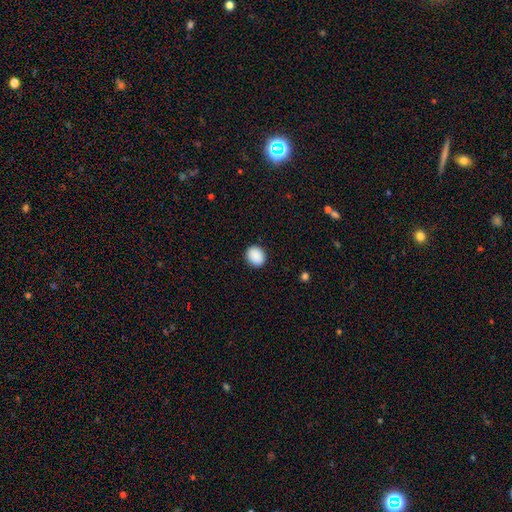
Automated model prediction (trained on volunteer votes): Q: Smooth or featured?
A: smooth (90%); runner-up: star or artifact (8%)
Q: How rounded?
A: round (57%); runner-up: in between (43%)
Q: Merging?
A: none (90%); runner-up: minor disturbance (7%)